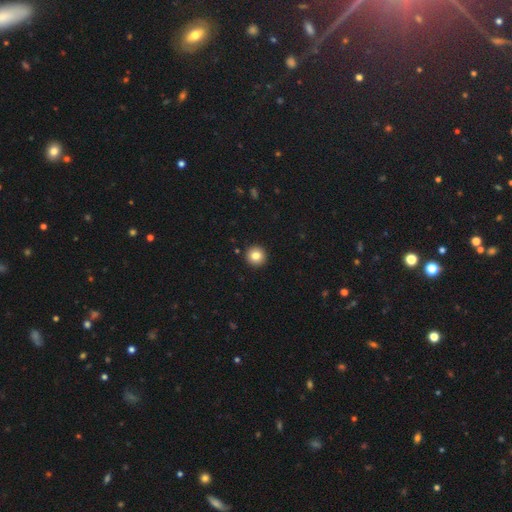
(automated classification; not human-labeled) smooth 82%, star or artifact 10%, featured or disk 8%. Down the decision tree: how rounded — round (95%); merging — none (93%).